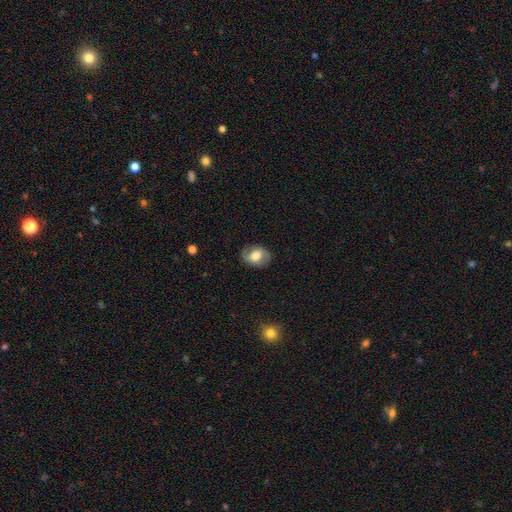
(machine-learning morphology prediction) Q: Smooth or featured?
A: smooth (49%); runner-up: featured or disk (43%)
Q: Merging?
A: none (79%); runner-up: minor disturbance (15%)